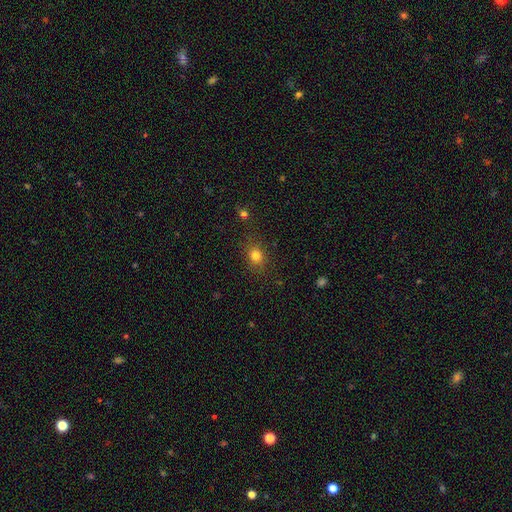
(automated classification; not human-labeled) Overall: smooth (79%). How rounded: round (63%; in between 36%). Merging: none (81%).